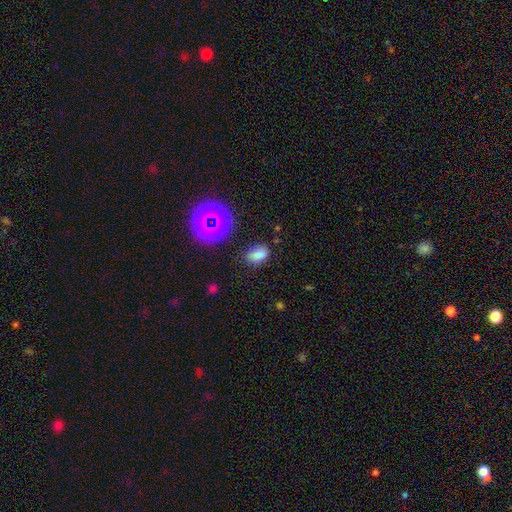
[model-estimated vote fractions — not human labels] smooth_or_featured: smooth (p=0.74) [alt: star or artifact p=0.18]
how_rounded: in between (p=0.79) [alt: round p=0.19]
merging: none (p=0.76) [alt: minor disturbance p=0.15]